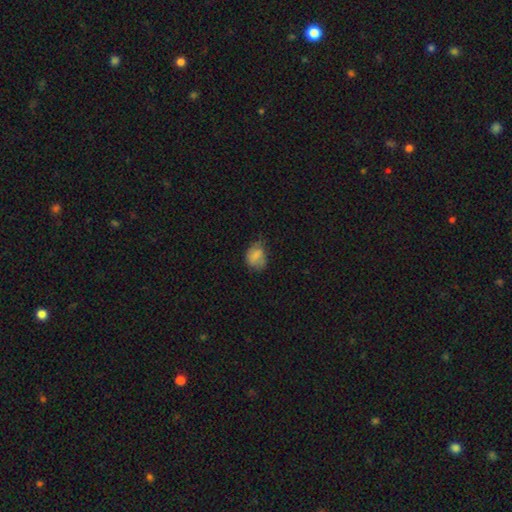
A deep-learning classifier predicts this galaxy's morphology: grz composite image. It shows a smooth galaxy with no disk features (77%) that is in between round and cigar-shaped (59%). Merging: none (52%).